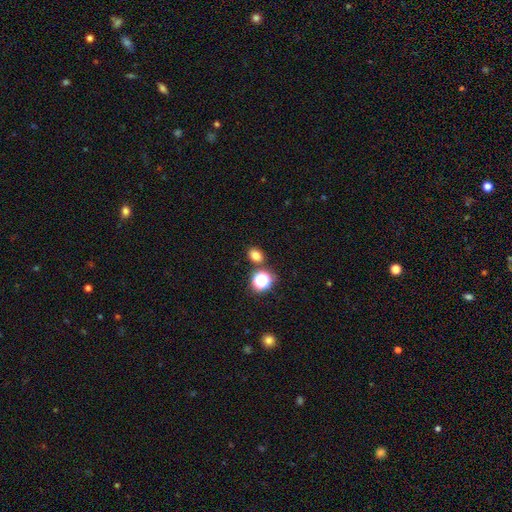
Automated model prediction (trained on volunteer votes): smooth-or-featured: smooth: 76% | star or artifact: 18% | featured or disk: 6%
  how-rounded: in between: 56% | round: 43% | cigar-shaped: 1%
  merging: none: 80% | merger: 9% | minor disturbance: 9% | major disturbance: 3%